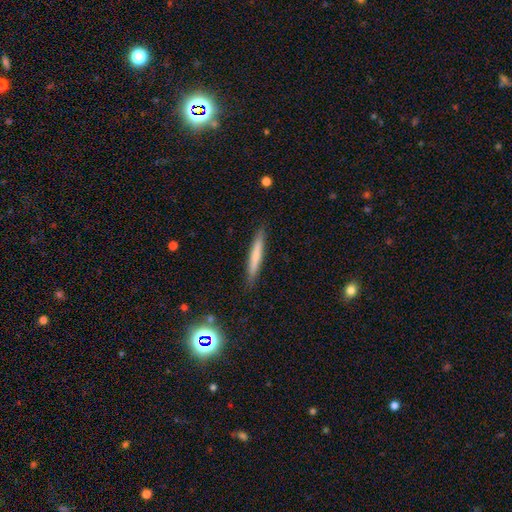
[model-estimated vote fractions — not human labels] Morphology: type=smooth (67%); roundness=cigar-shaped (95%); merging=none (89%).